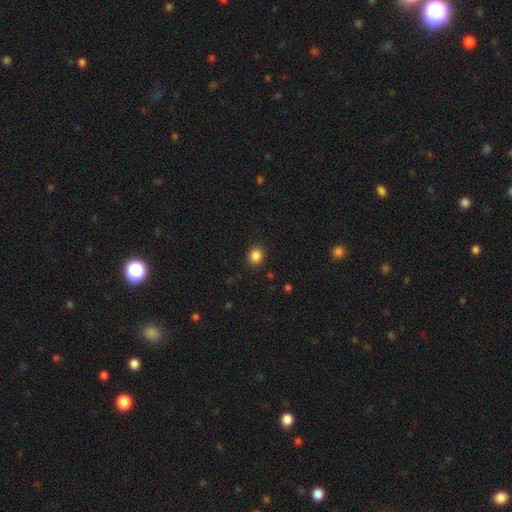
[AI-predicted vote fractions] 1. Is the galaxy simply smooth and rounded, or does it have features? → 86% smooth, 10% star or artifact, 3% featured or disk.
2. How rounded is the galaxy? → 70% round, 29% in between, 1% cigar-shaped.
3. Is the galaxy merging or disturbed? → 90% none, 7% minor disturbance, 2% major disturbance, 1% merger.